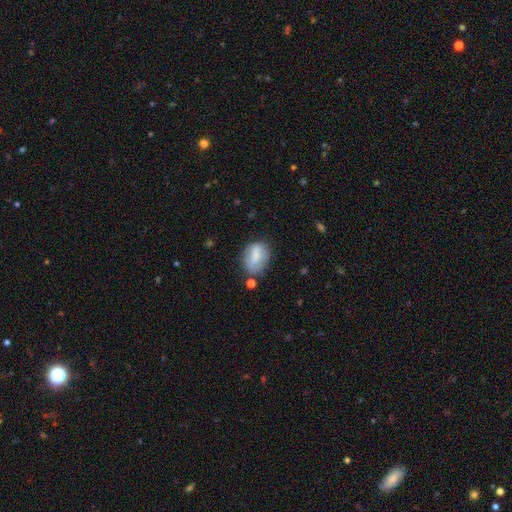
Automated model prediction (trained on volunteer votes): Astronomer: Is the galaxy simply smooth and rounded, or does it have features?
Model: smooth — 74%.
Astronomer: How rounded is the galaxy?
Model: in between — 79%.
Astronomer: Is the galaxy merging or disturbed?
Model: none — 59%.